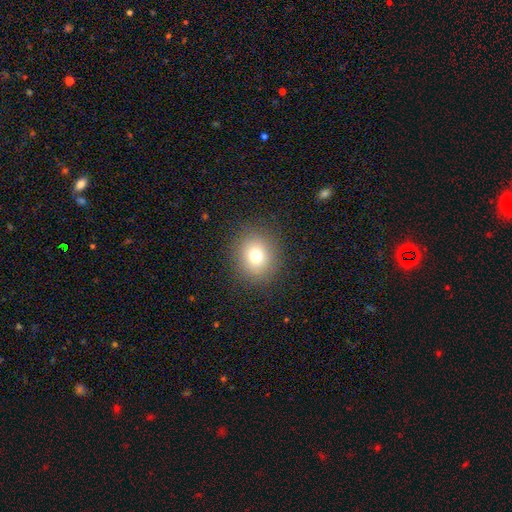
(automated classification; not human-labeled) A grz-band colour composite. It shows a smooth galaxy with no disk features (74%) that is round (79%). Merging: none (88%).